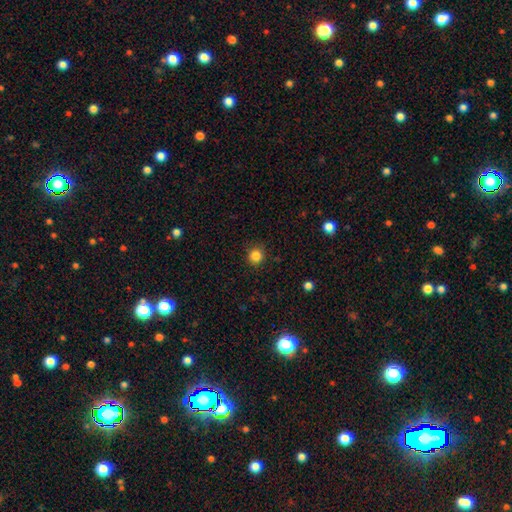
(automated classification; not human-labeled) A smooth galaxy with no disk features (85%) that is round (92%).

Vote fractions:
- Smooth or featured? smooth: 85% / star or artifact: 12% / featured or disk: 4%
- How rounded? round: 92% / in between: 7% / cigar-shaped: 1%
- Merging? none: 90% / minor disturbance: 7% / major disturbance: 2% / merger: 1%